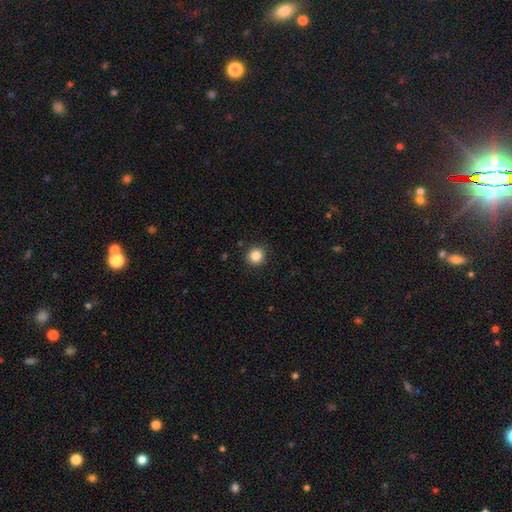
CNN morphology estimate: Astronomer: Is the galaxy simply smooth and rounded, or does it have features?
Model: smooth — 86%.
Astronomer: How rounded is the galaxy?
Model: round — 94%.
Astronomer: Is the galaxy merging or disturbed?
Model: none — 92%.